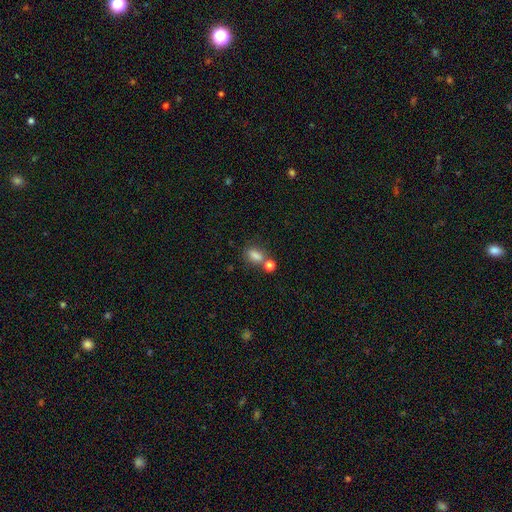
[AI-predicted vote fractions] Smooth or featured? Predicted: smooth (p=0.81). How rounded? Predicted: in between (p=0.75). Merging? Predicted: none (p=0.49).